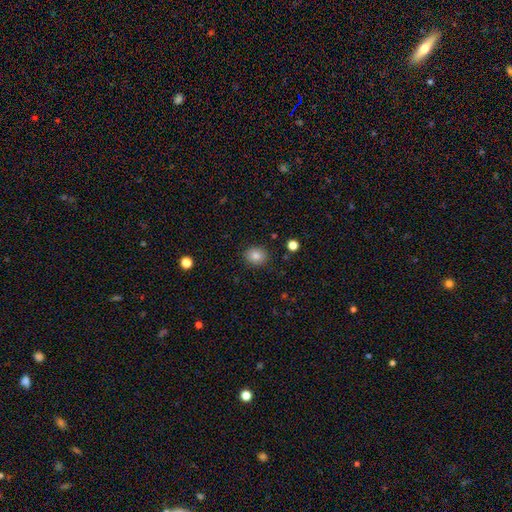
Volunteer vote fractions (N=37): A smooth galaxy with no disk features (89%) that is round (67%). Merging: none (91%).